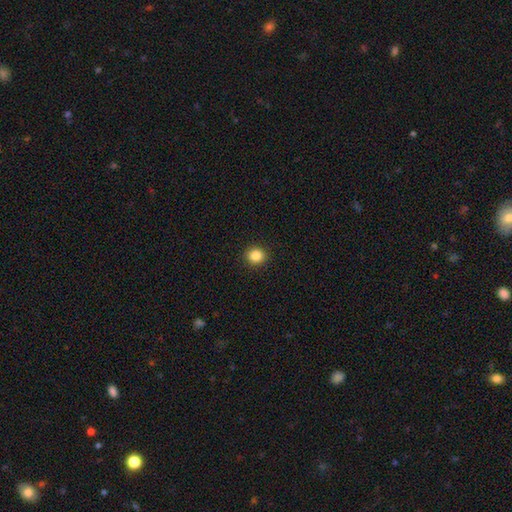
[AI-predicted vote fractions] Smooth or featured: smooth — 86% (star or artifact — 11%)
How rounded: round — 89% (in between — 10%)
Merging: none — 93% (minor disturbance — 5%)